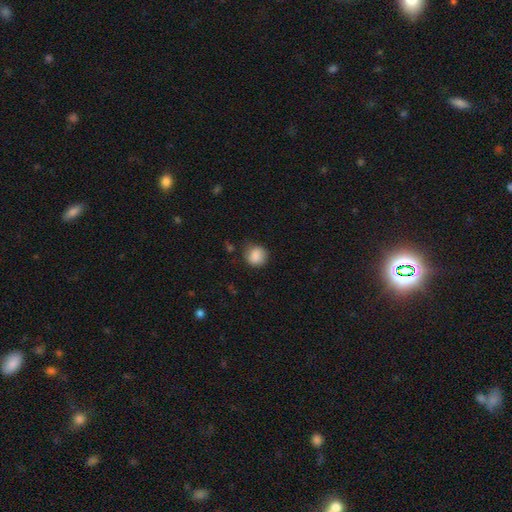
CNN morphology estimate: Smooth or featured: smooth — 87% (star or artifact — 8%)
How rounded: round — 84% (in between — 15%)
Merging: none — 73% (minor disturbance — 20%)